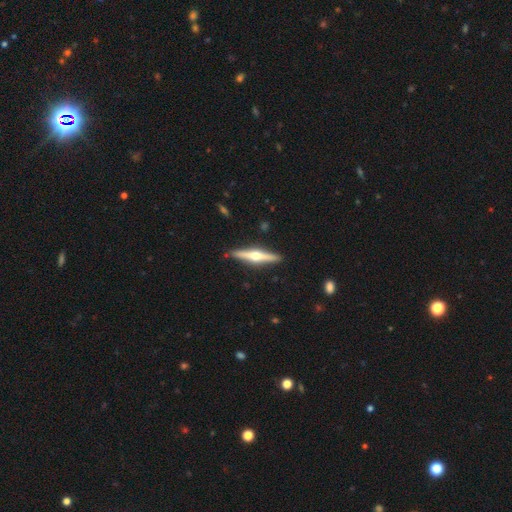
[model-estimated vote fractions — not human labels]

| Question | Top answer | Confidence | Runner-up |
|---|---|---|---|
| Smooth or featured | featured or disk | 74% | smooth (21%) |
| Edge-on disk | yes | 98% | no (2%) |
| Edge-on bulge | rounded | 95% | boxy (3%) |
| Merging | none | 90% | minor disturbance (8%) |